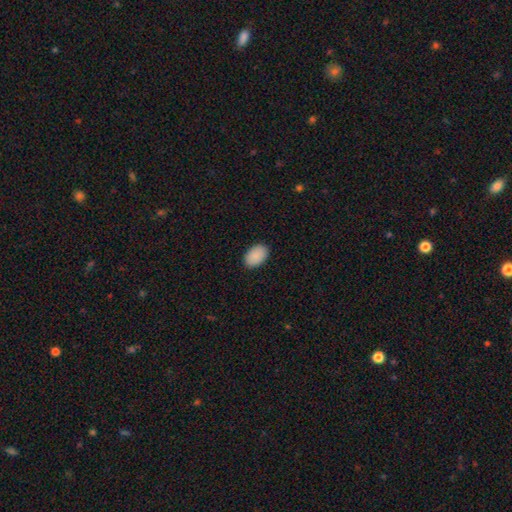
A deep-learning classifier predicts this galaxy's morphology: The model was most divided on "how rounded": in between: 90%, round: 8%, cigar-shaped: 1%. More confident: smooth or featured — smooth (91%); merging — none (90%).